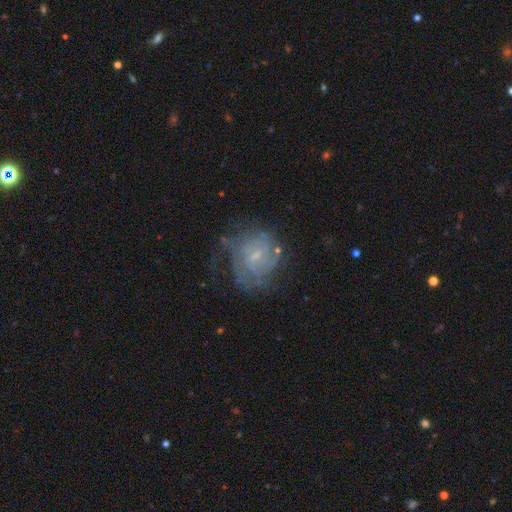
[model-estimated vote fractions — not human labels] The model was most divided on "bar": no: 59%, weak: 36%, strong: 5%. More confident: edge-on disk — no (98%); spiral arms — yes (77%); bulge size — small (69%); smooth or featured — featured or disk (67%); merging — none (60%); spiral winding — tight (56%); spiral arm count — can't tell (56%).